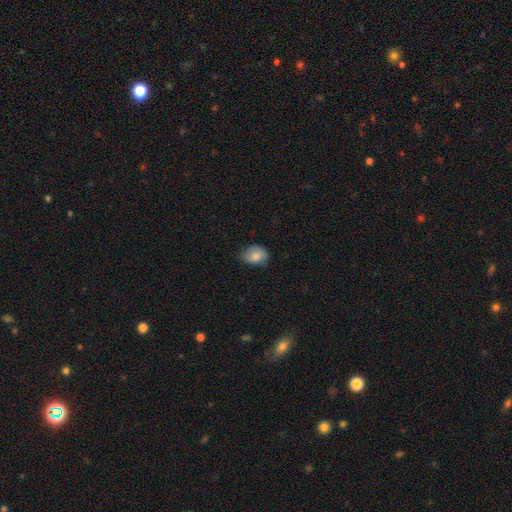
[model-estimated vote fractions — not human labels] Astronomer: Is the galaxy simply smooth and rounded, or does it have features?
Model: smooth — 76%.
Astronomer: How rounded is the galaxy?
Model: in between — 65%.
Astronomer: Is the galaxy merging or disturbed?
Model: none — 58%.